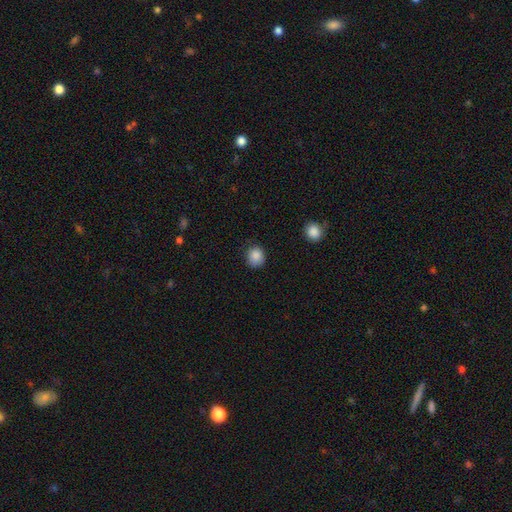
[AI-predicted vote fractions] A smooth galaxy with no disk features (87%) that is round (74%). Merging: none (79%).